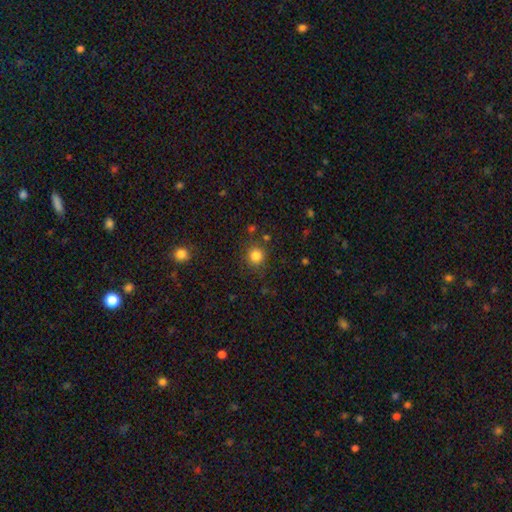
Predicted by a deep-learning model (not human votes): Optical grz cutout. It shows a smooth galaxy with no disk features (83%) that is round (92%). Merging: none (83%).